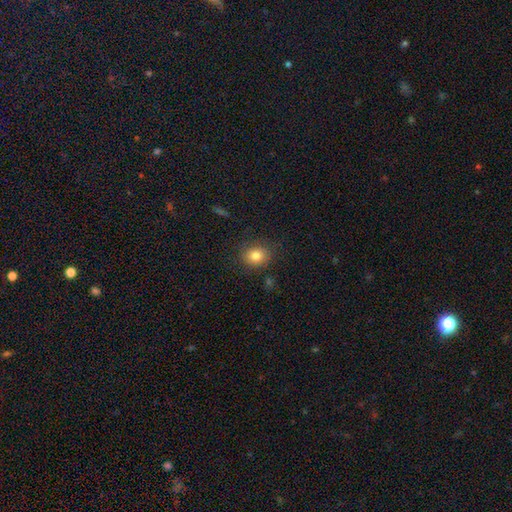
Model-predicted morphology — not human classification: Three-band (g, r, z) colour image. It shows a smooth galaxy with no disk features (82%) that is round (67%). Merging: none (83%).